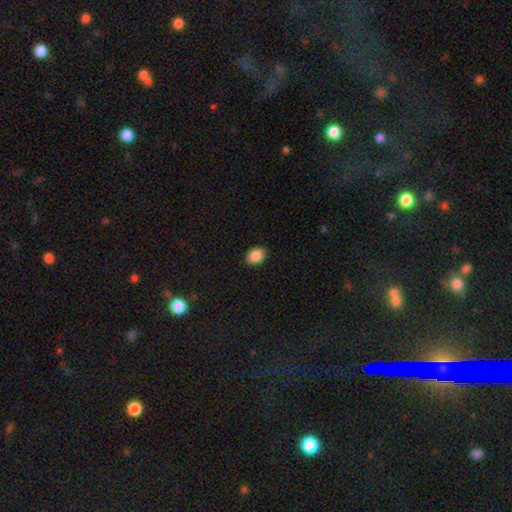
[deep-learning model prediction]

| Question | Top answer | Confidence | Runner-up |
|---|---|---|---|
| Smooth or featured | smooth | 89% | star or artifact (8%) |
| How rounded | in between | 62% | round (37%) |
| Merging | none | 89% | minor disturbance (8%) |